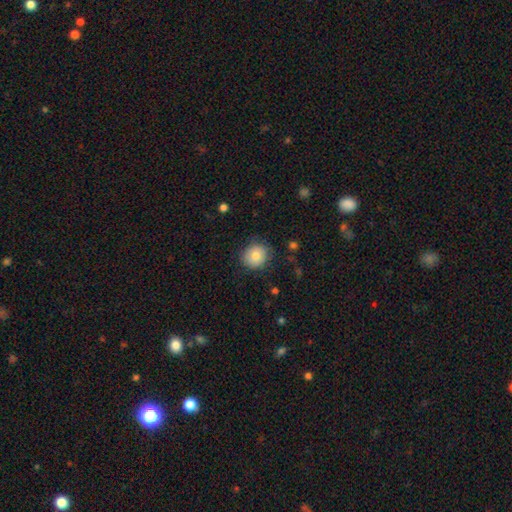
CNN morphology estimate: This is likely a smooth galaxy (78%). How rounded: clearly round (81%). Merging: likely none (79%).